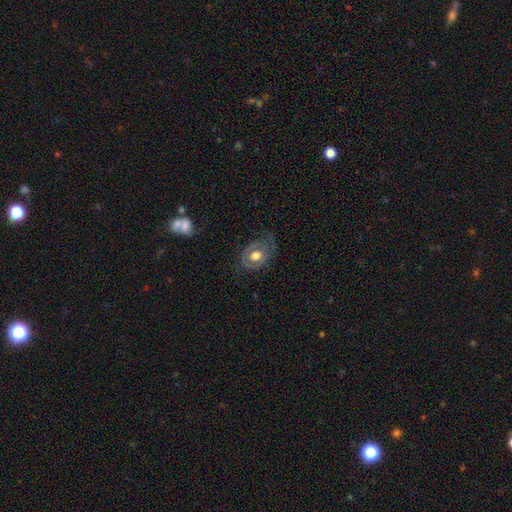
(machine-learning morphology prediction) A featured or disk galaxy (46%, tied with smooth).

Vote fractions:
- Smooth or featured? featured or disk: 46% (tied) / smooth: 46% (tied) / star or artifact: 8%
- Merging? none: 57% / minor disturbance: 26% / major disturbance: 16% / merger: 2%